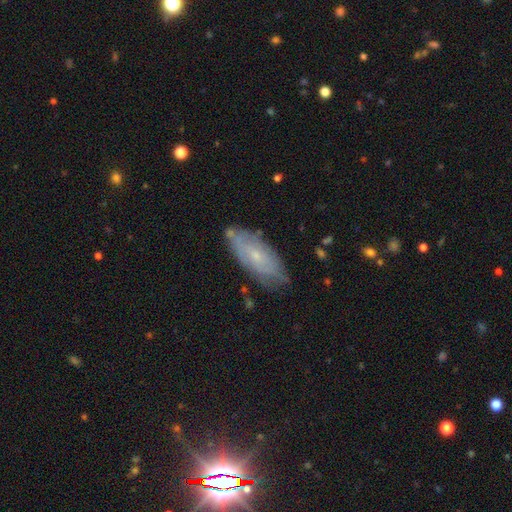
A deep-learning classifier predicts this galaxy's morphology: smooth-or-featured: featured or disk: 53% | smooth: 39% | star or artifact: 8%
  disk-edge-on: no: 82% | yes: 18%
  merging: none: 74% | minor disturbance: 20% | major disturbance: 4% | merger: 2%